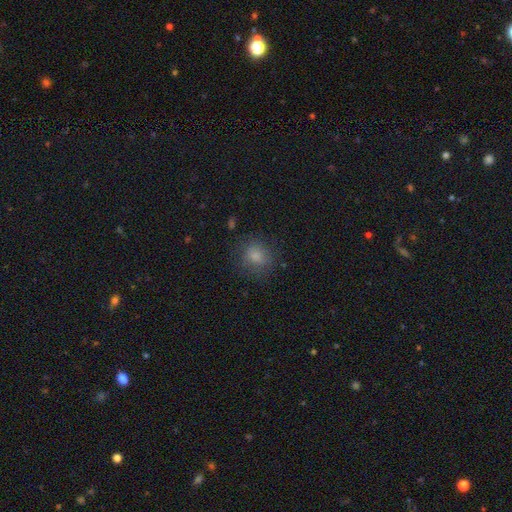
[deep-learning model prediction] Smooth or featured: smooth — 79% (star or artifact — 11%)
How rounded: round — 75% (in between — 24%)
Merging: none — 73% (minor disturbance — 17%)